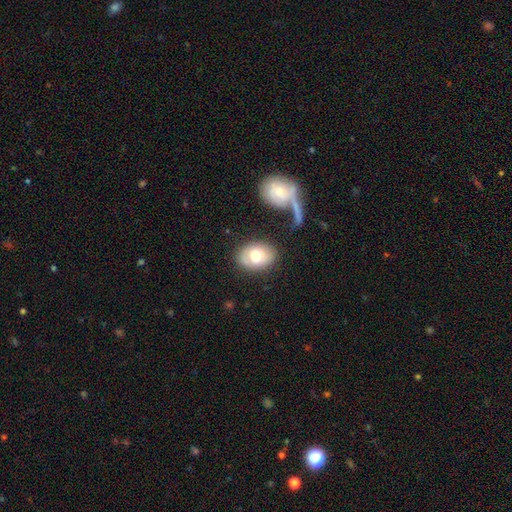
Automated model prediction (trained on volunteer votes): Morphology: type=smooth (68%); roundness=in between (76%); merging=none (78%).